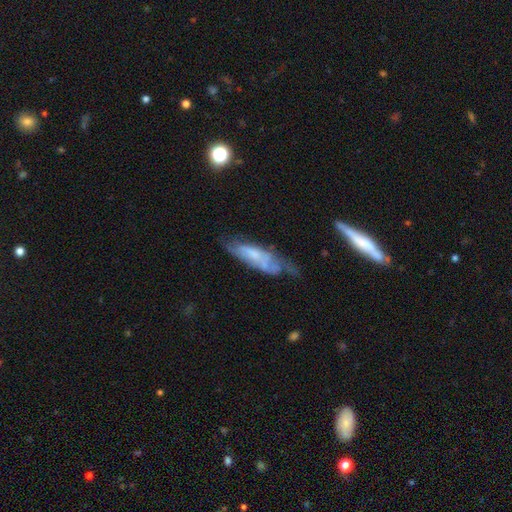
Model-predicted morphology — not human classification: Smooth or featured: featured or disk — 52% (smooth — 40%)
Edge-on disk: no — 72% (yes — 28%)
Merging: none — 37% (minor disturbance — 33%)